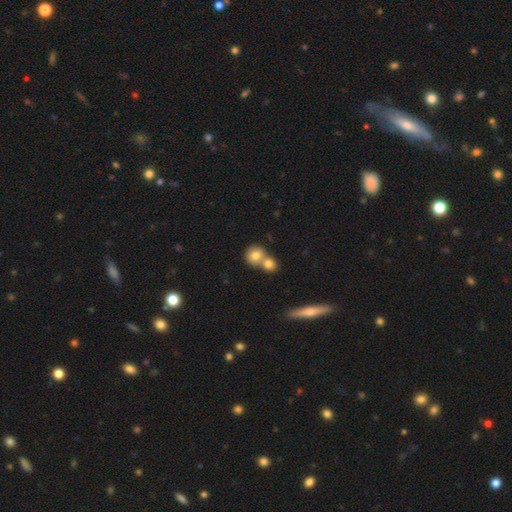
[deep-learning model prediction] Smooth or featured?
  - smooth: 78% *
  - featured or disk: 13%
  - star or artifact: 9%
How rounded?
  - round: 82% *
  - in between: 17%
  - cigar-shaped: 1%
Merging?
  - merger: 58% *
  - none: 34%
  - minor disturbance: 6%
  - major disturbance: 2%